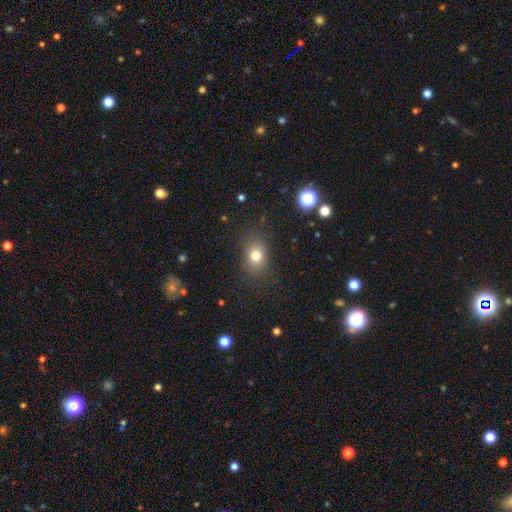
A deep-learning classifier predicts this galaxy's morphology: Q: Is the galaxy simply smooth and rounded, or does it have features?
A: smooth — 76%.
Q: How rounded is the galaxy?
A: in between — 56%.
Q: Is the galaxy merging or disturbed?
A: none — 82%.